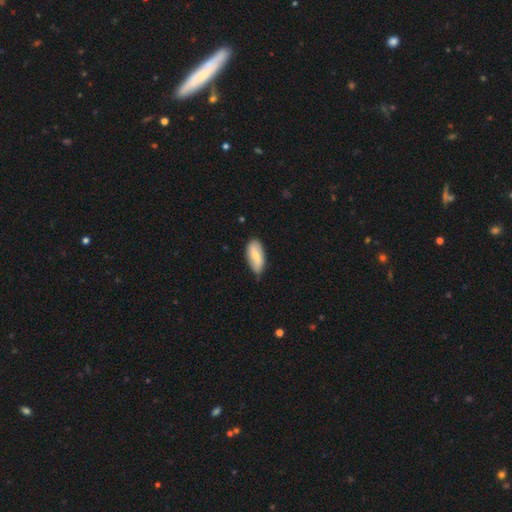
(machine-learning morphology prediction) Smooth or featured? Predicted: smooth (p=0.65). How rounded? Predicted: in between (p=0.89). Merging? Predicted: none (p=0.68).